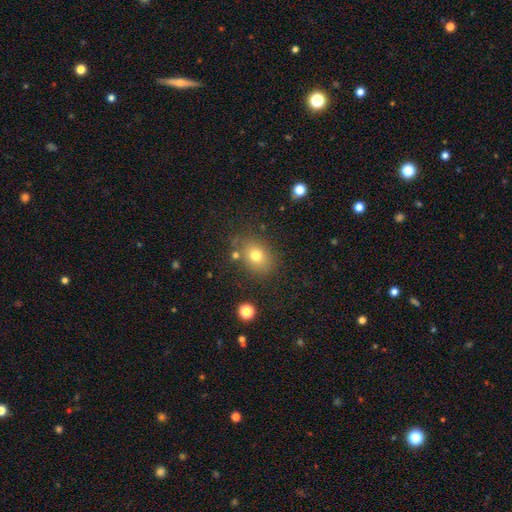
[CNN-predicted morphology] Smooth or featured: smooth — 75% (star or artifact — 13%)
How rounded: in between — 57% (round — 42%)
Merging: none — 76% (minor disturbance — 13%)